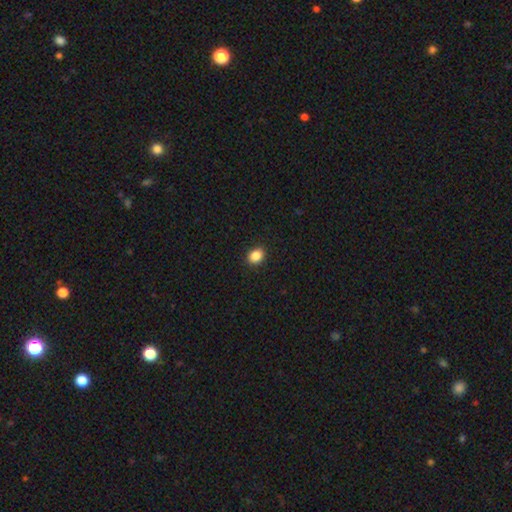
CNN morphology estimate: smooth_or_featured: smooth (p=0.87) [alt: star or artifact p=0.10]
how_rounded: in between (p=0.54) [alt: round p=0.45]
merging: none (p=0.91) [alt: minor disturbance p=0.06]